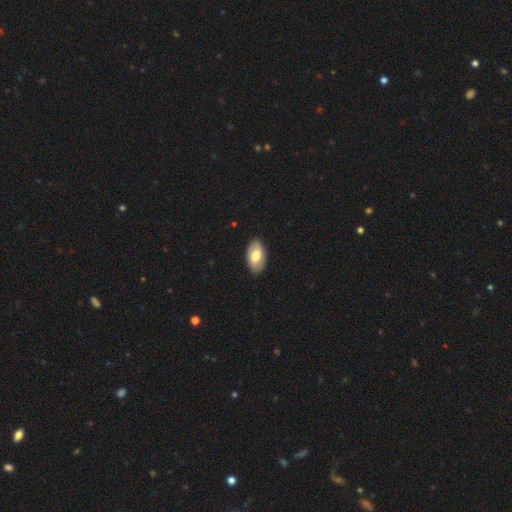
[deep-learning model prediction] The model was most divided on "smooth or featured": smooth: 67%, featured or disk: 28%, star or artifact: 5%. More confident: how rounded — in between (95%); merging — none (88%).